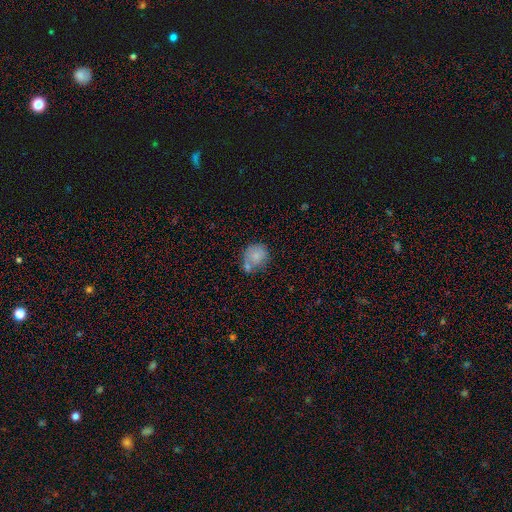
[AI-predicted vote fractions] This is likely a smooth galaxy (74%). How rounded: likely round (66%). Merging: possibly none (49%).